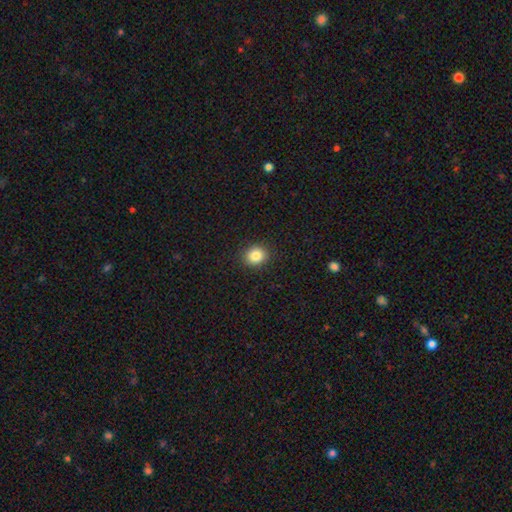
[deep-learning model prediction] Q: Smooth or featured?
A: smooth (84%); runner-up: star or artifact (10%)
Q: How rounded?
A: round (77%); runner-up: in between (22%)
Q: Merging?
A: none (90%); runner-up: minor disturbance (6%)